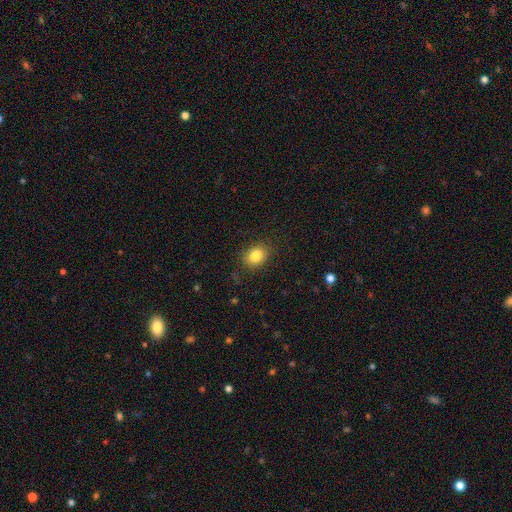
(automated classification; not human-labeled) Morphology: type=smooth (84%); roundness=in between (55%); merging=none (85%).